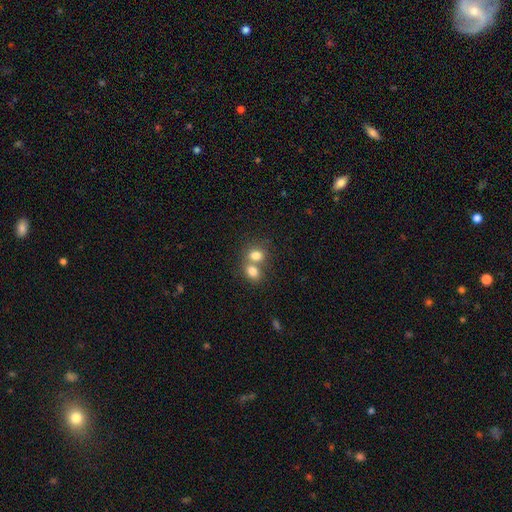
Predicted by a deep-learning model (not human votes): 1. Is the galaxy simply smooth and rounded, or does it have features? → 79% smooth, 11% featured or disk, 10% star or artifact.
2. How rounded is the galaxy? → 50% in between, 48% round, 1% cigar-shaped.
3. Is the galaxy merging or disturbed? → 60% merger, 30% none, 7% minor disturbance, 3% major disturbance.